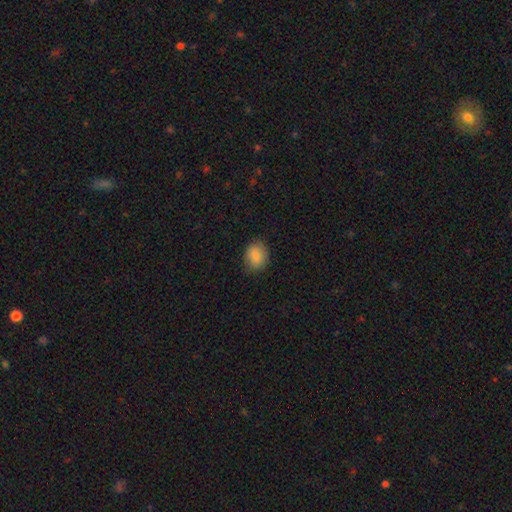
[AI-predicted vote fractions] smooth-or-featured: smooth: 86% | star or artifact: 8% | featured or disk: 6%
  how-rounded: in between: 53% | round: 46% | cigar-shaped: 1%
  merging: none: 76% | minor disturbance: 19% | major disturbance: 4% | merger: 1%